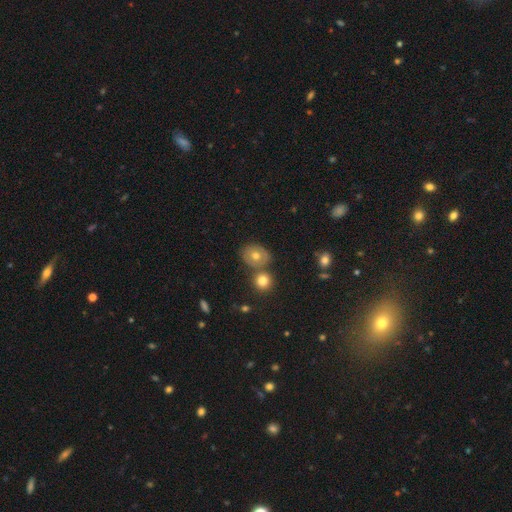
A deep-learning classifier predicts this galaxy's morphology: type=smooth (61%); roundness=round (54%); merging=none (64%).